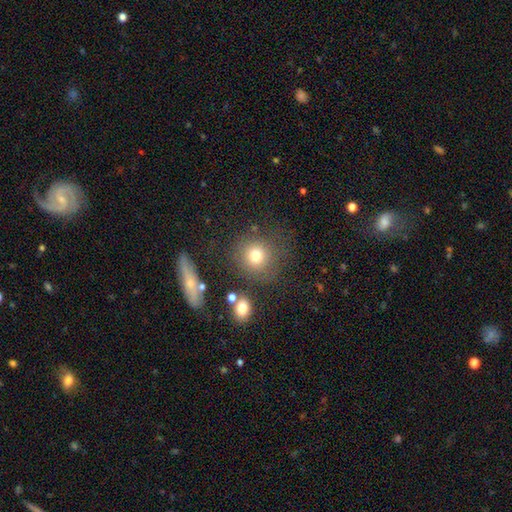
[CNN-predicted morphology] This is likely a smooth galaxy (76%). How rounded: clearly round (87%). Merging: likely none (74%).